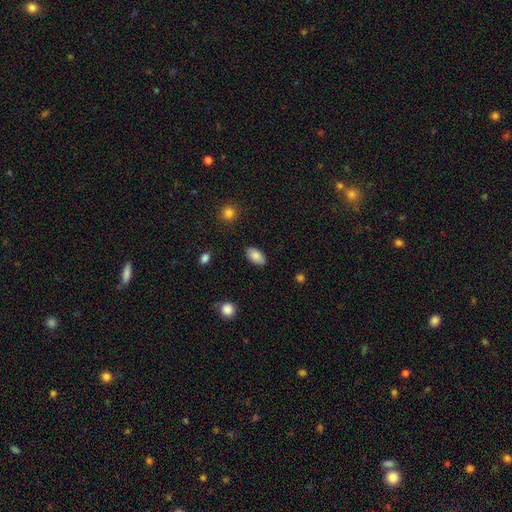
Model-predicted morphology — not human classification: A smooth galaxy with no disk features (85%) that is in between round and cigar-shaped (93%). Merging: none (87%).